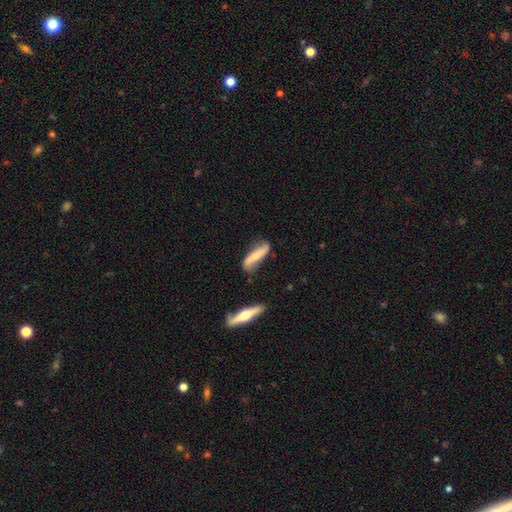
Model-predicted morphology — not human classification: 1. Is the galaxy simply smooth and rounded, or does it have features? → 51% featured or disk, 42% smooth, 6% star or artifact.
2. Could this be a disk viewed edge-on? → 57% no, 43% yes.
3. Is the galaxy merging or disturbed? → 64% none, 23% minor disturbance, 7% major disturbance, 5% merger.